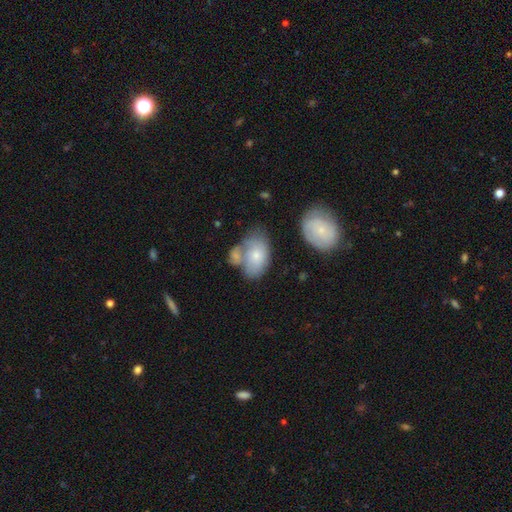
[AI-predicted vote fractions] Smooth or featured? smooth (62%)
How rounded? in between (85%)
Merging? merger (42%)